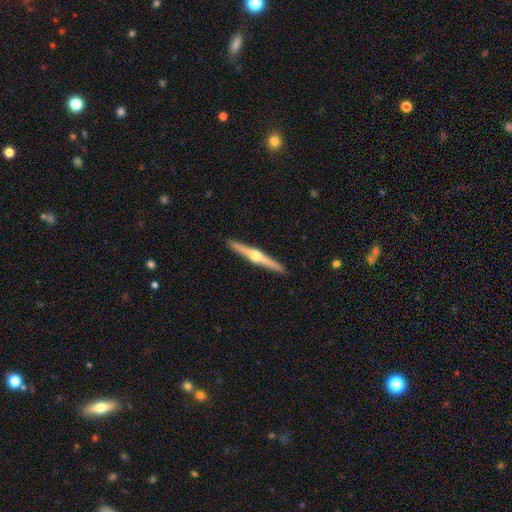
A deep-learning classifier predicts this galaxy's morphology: Smooth or featured? featured or disk (77%)
Edge-on disk? yes (98%)
Edge-on bulge? rounded (95%)
Merging? none (93%)